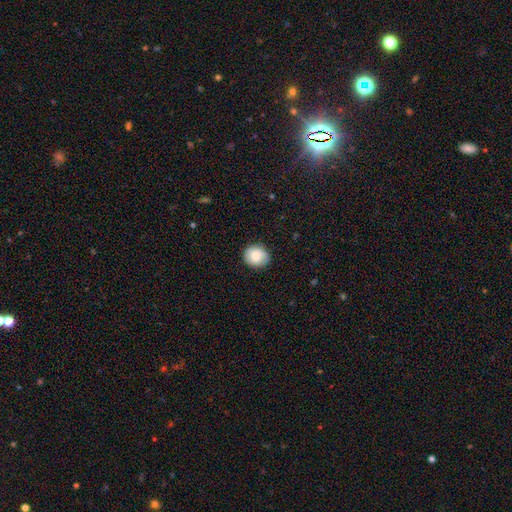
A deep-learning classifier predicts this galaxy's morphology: This is likely a smooth galaxy (71%). How rounded: clearly round (81%). Merging: clearly none (85%).